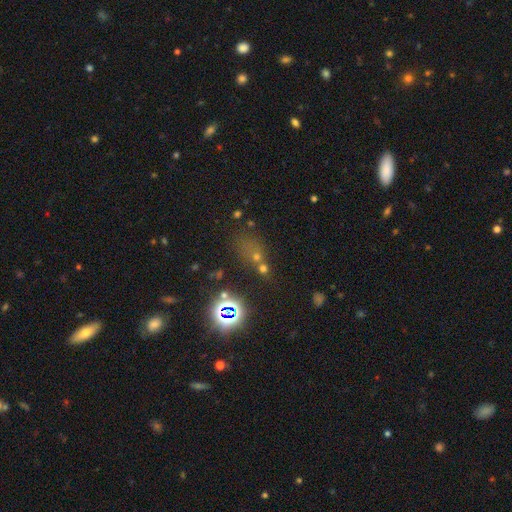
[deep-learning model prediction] Morphology: type=star or artifact (51%).